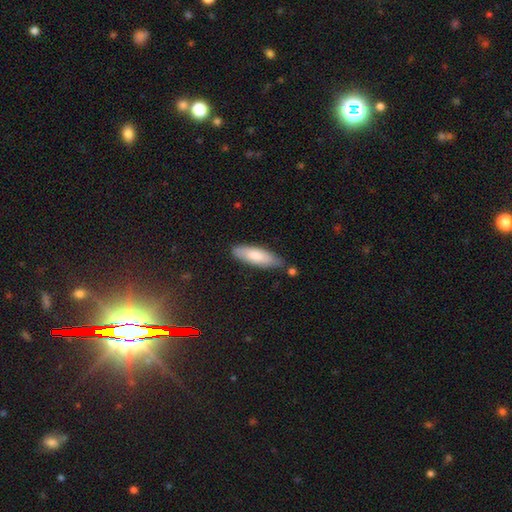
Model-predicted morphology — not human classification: Overall: smooth (78%). How rounded: in between (51%; cigar-shaped 48%). Merging: none (75%).